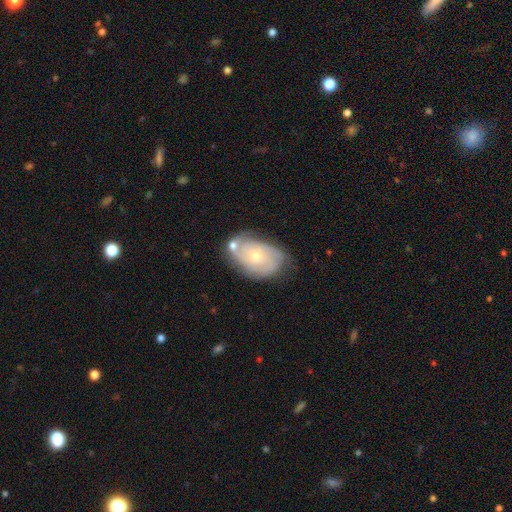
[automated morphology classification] featured or disk 67%, smooth 26%, star or artifact 7%. Down the decision tree: edge-on disk — no (96%); bar — no (78%); spiral arms — yes (83%); spiral arm count — can't tell (36%); spiral winding — tight (56%); bulge size — small (55%); merging — none (55%).